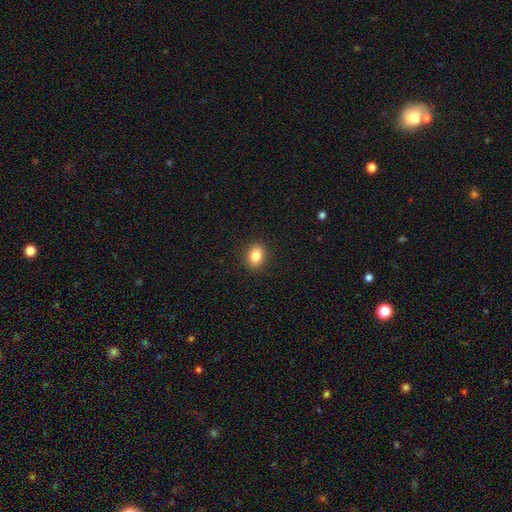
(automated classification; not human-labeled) The model was most divided on "how rounded": in between: 64%, round: 35%, cigar-shaped: 1%. More confident: merging — none (90%); smooth or featured — smooth (84%).